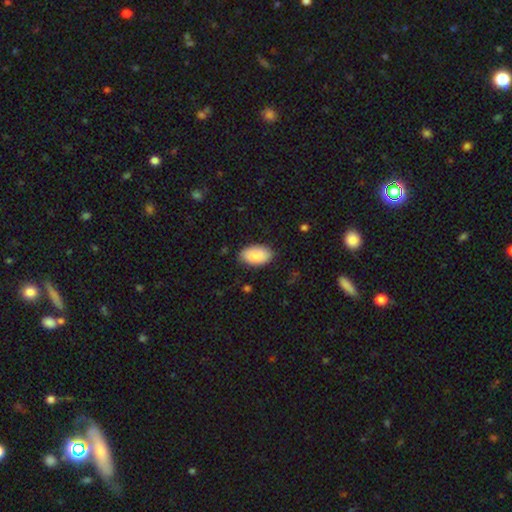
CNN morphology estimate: A smooth galaxy with no disk features (89%) that is in between round and cigar-shaped (95%). Merging: none (84%).